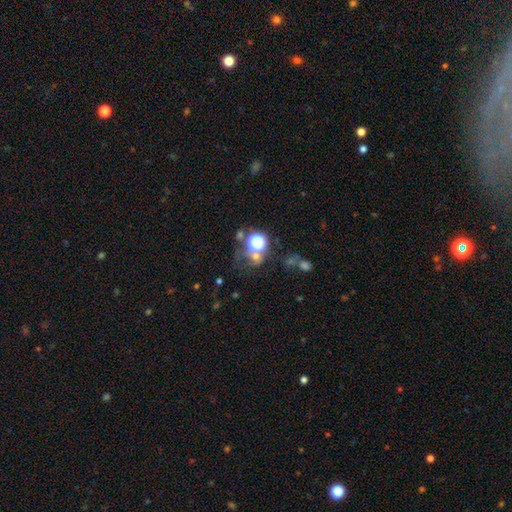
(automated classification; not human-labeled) Smooth or featured: smooth — 50% (star or artifact — 35%)
How rounded: round — 76% (in between — 23%)
Merging: none — 50% (merger — 22%)